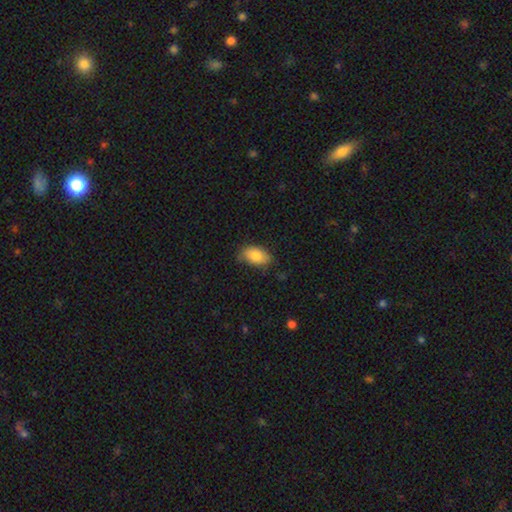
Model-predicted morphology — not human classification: A smooth galaxy with no disk features (83%) that is in between round and cigar-shaped (92%).

Vote fractions:
- Smooth or featured? smooth: 83% / featured or disk: 10% / star or artifact: 7%
- How rounded? in between: 92% / round: 6% / cigar-shaped: 2%
- Merging? none: 72% / minor disturbance: 23% / major disturbance: 4% / merger: 1%